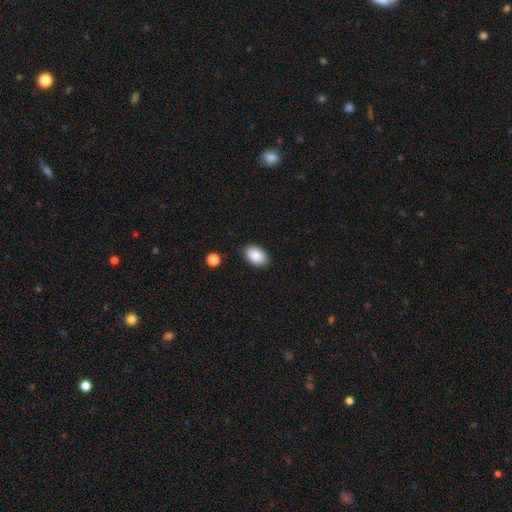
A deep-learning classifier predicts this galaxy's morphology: smooth_or_featured: smooth (p=0.89) [alt: star or artifact p=0.07]
how_rounded: in between (p=0.91) [alt: round p=0.08]
merging: none (p=0.87) [alt: minor disturbance p=0.10]